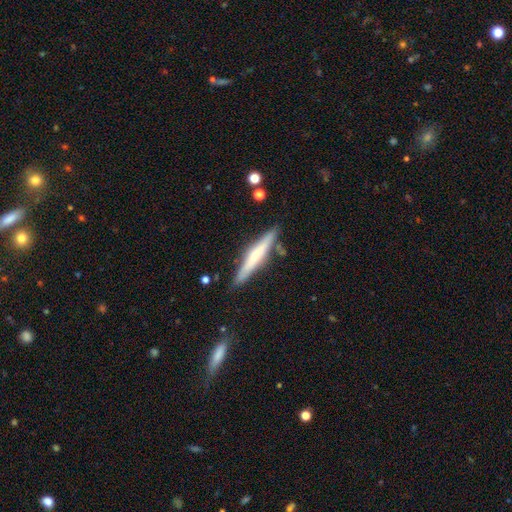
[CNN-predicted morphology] Smooth or featured: featured or disk — 52% (smooth — 42%)
Edge-on disk: yes — 95% (no — 5%)
Merging: none — 85% (minor disturbance — 10%)